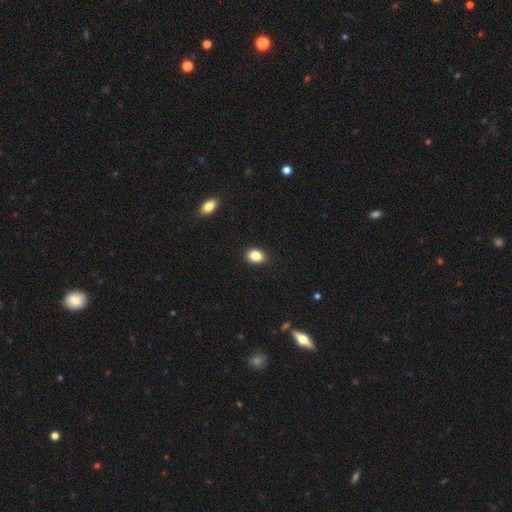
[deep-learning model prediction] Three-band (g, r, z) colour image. It shows a smooth galaxy with no disk features (87%) that is in between round and cigar-shaped (73%). Merging: none (87%).